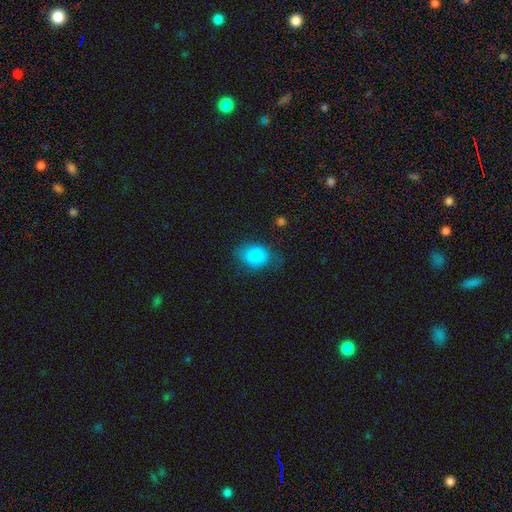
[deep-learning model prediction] Smooth or featured: smooth — 82% (featured or disk — 9%)
How rounded: in between — 62% (round — 37%)
Merging: none — 64% (minor disturbance — 26%)